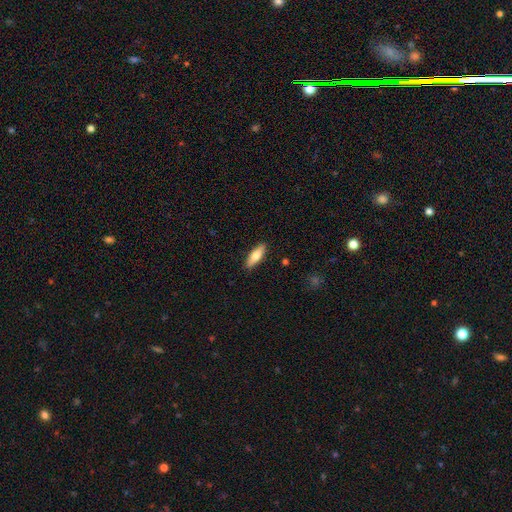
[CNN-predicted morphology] Smooth or featured? smooth (70%)
How rounded? cigar-shaped (49%, tied with in between)
Merging? none (89%)